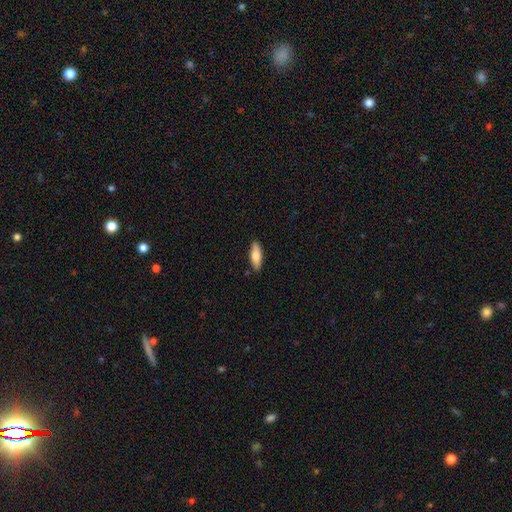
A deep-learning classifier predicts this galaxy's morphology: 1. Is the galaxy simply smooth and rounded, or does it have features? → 76% smooth, 19% featured or disk, 5% star or artifact.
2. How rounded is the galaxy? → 61% in between, 37% cigar-shaped, 2% round.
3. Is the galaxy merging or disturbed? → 88% none, 9% minor disturbance, 2% major disturbance, 1% merger.